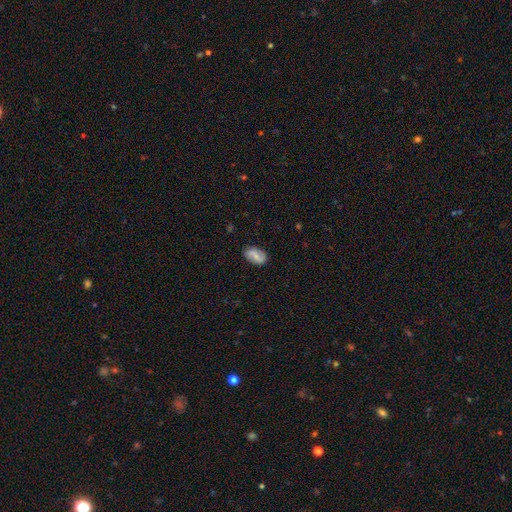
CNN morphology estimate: Q: Smooth or featured?
A: featured or disk (47%); runner-up: smooth (45%)
Q: Merging?
A: none (82%); runner-up: minor disturbance (14%)